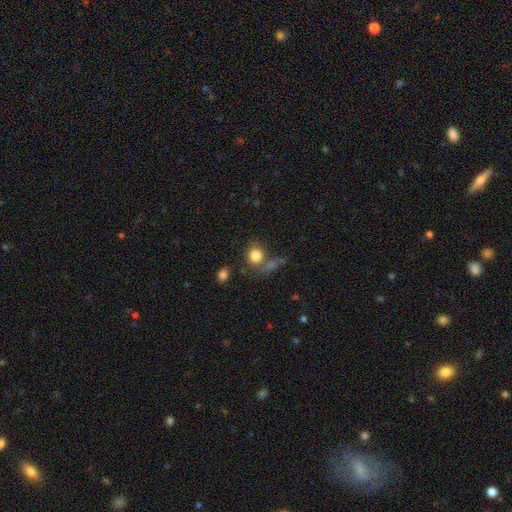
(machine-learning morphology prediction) A smooth galaxy with no disk features (81%) that is round (78%). Merging: none (52%).